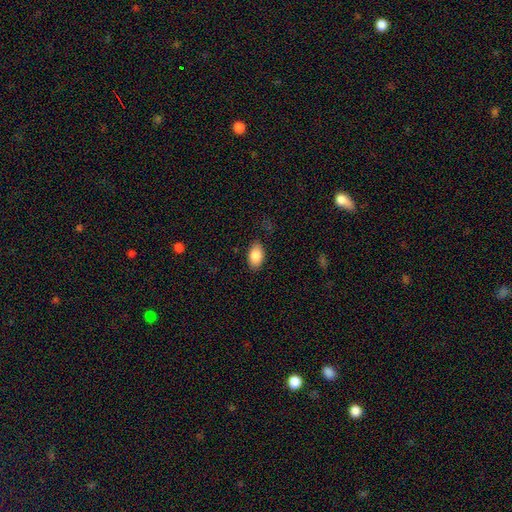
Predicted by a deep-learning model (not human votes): The model was most divided on "merging": none: 85%, minor disturbance: 11%, major disturbance: 3%, merger: 1%. More confident: how rounded — in between (92%); smooth or featured — smooth (87%).